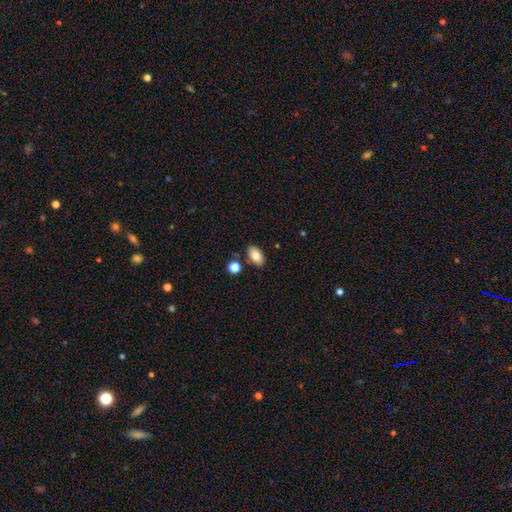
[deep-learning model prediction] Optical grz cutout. It shows a smooth galaxy with no disk features (82%) that is in between round and cigar-shaped (92%). Merging: none (83%).